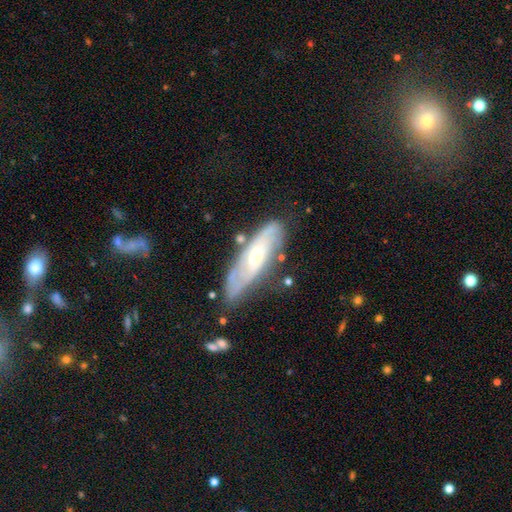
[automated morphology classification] This appears to be a featured or disk galaxy (73%) with no bar (55%), spiral arms (83%) and a moderate central bulge (55%). Merging: none (64%).